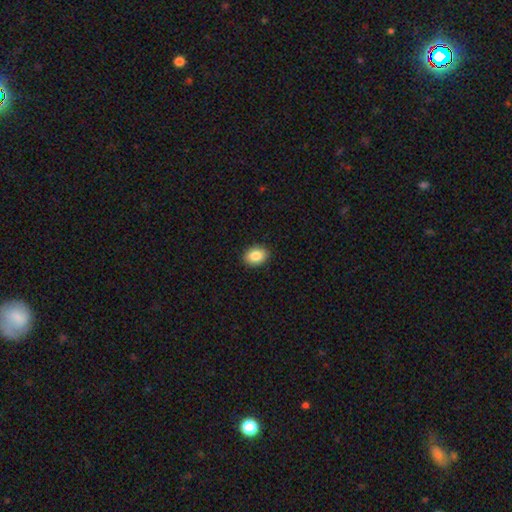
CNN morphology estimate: This appears to be a smooth galaxy with no disk features (86%) that is in between round and cigar-shaped (74%). Merging: none (91%).